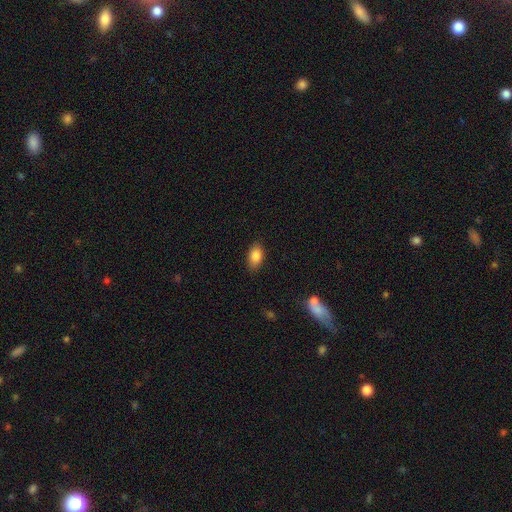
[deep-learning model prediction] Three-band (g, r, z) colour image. It shows a smooth galaxy with no disk features (85%) that is in between round and cigar-shaped (90%). Merging: none (85%).